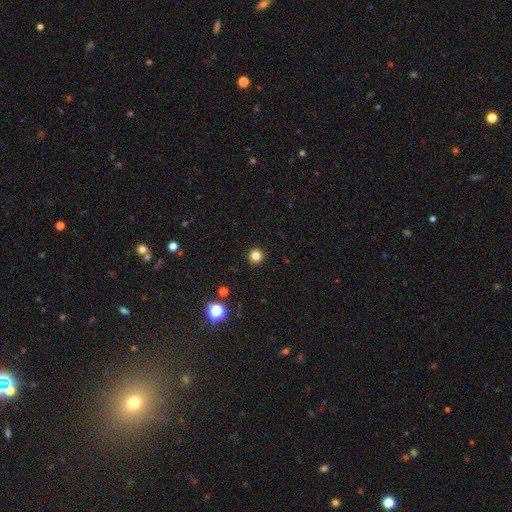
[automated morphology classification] type=smooth (82%); roundness=round (95%); merging=none (93%).